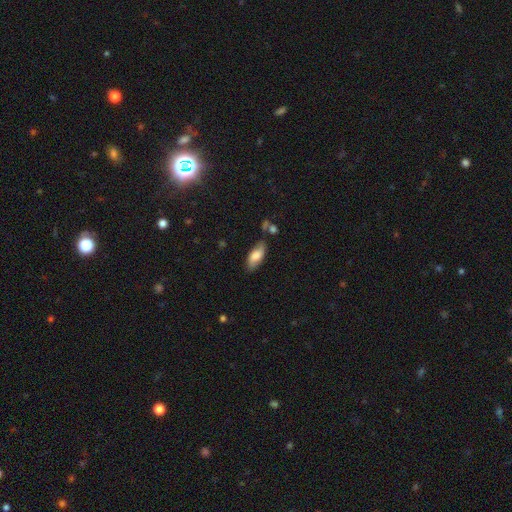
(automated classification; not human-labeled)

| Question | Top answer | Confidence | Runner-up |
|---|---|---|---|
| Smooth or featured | smooth | 66% | featured or disk (27%) |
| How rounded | in between | 84% | cigar-shaped (13%) |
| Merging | none | 69% | minor disturbance (20%) |